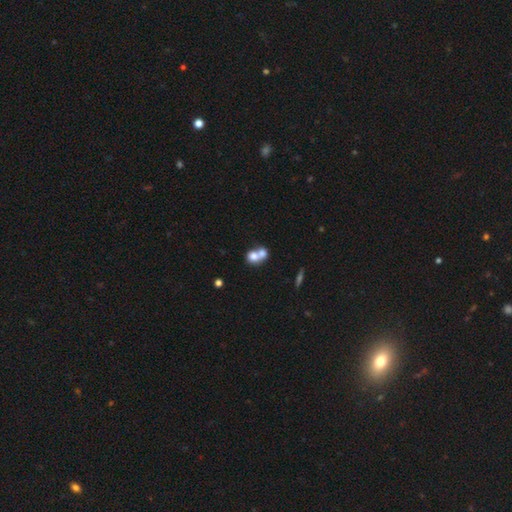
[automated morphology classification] This appears to be a smooth galaxy with no disk features (70%) that is round (60%). Merging: merger (70%).